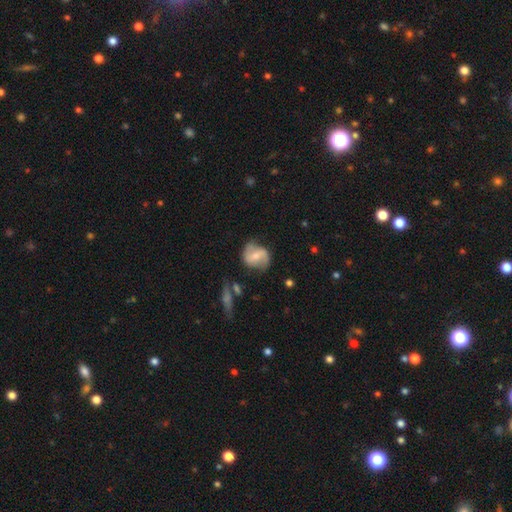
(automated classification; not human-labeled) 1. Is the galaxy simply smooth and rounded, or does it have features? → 64% featured or disk, 29% smooth, 7% star or artifact.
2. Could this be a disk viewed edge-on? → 96% no, 4% yes.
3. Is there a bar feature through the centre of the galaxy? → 41% weak, 34% strong, 25% no.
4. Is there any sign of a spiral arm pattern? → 85% yes, 15% no.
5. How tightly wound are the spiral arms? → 42% loose, 40% medium, 18% tight.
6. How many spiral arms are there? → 87% 2, 8% can't tell, 3% 1, 1% 3, 1% 4, 1% more than 4.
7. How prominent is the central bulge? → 46% small, 42% moderate, 8% none, 3% large, 1% dominant.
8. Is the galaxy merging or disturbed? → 69% none, 20% minor disturbance, 7% major disturbance, 3% merger.